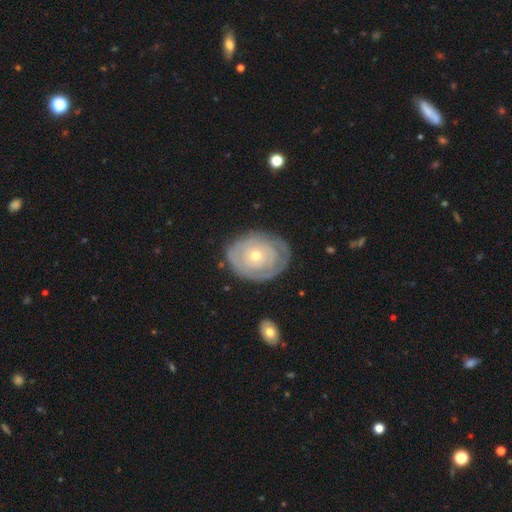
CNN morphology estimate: A featured or disk galaxy (70%) with no bar (88%), spiral arms (68%) and a small central bulge (58%). Merging: none (74%).